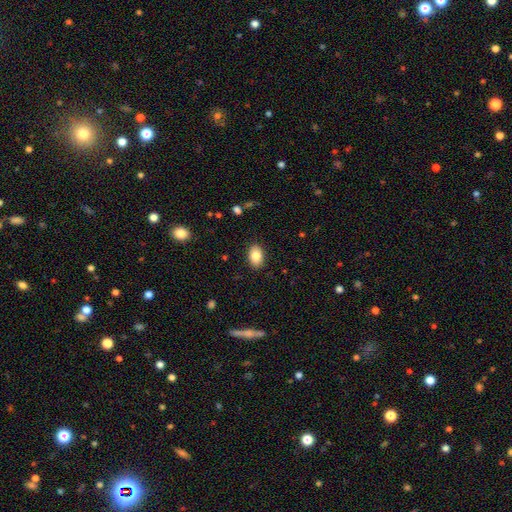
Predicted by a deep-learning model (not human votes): Overall: smooth (85%). How rounded: in between (86%). Merging: none (88%).